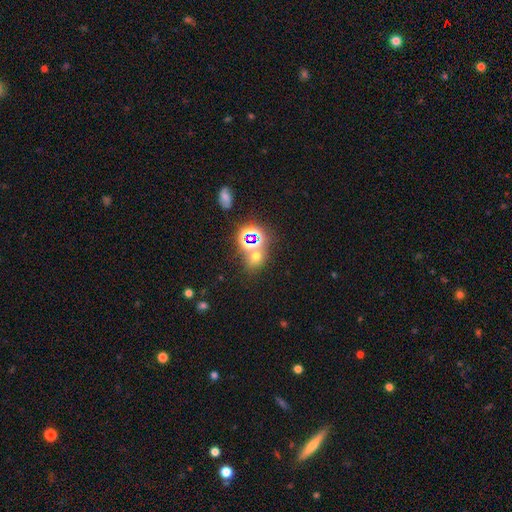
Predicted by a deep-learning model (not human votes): Overall: smooth (46%; star or artifact 44%). Merging: none (63%).